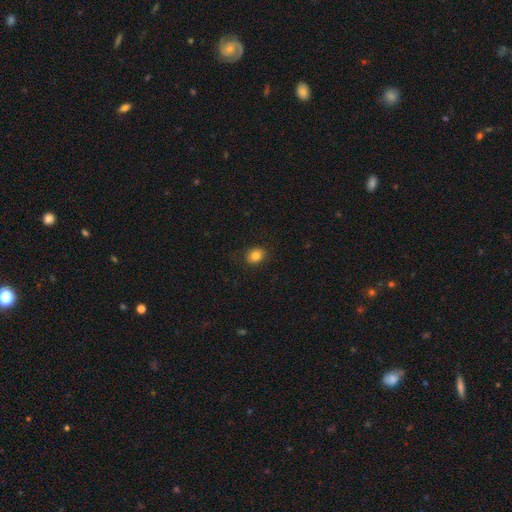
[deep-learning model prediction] Smooth or featured: smooth — 83% (star or artifact — 11%)
How rounded: round — 56% (in between — 43%)
Merging: none — 87% (minor disturbance — 10%)